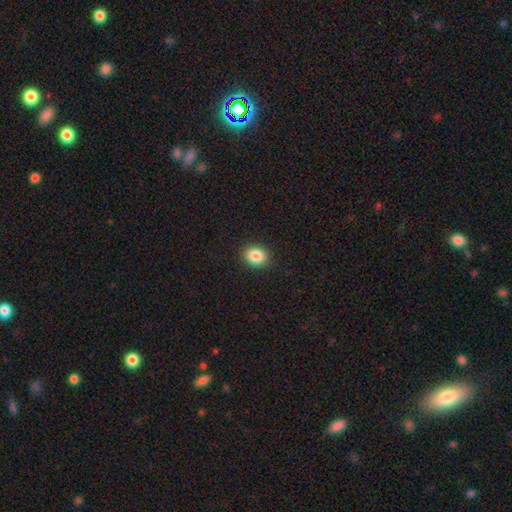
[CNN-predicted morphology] Smooth or featured? Predicted: smooth (p=0.86). How rounded? Predicted: round (p=0.54). Merging? Predicted: none (p=0.90).